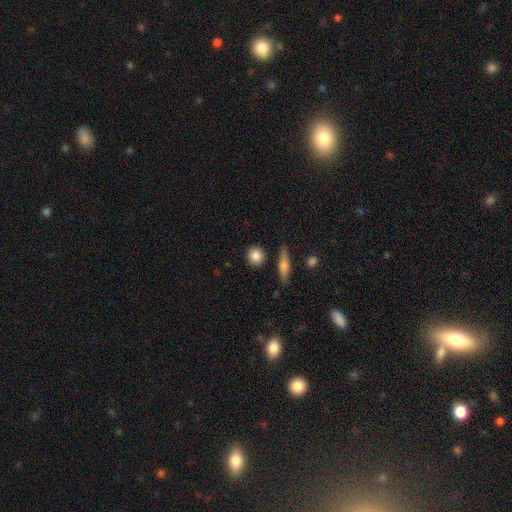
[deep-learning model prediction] smooth_or_featured: smooth (p=0.85) [alt: featured or disk p=0.07]
how_rounded: round (p=0.84) [alt: in between p=0.13]
merging: none (p=0.85) [alt: minor disturbance p=0.09]